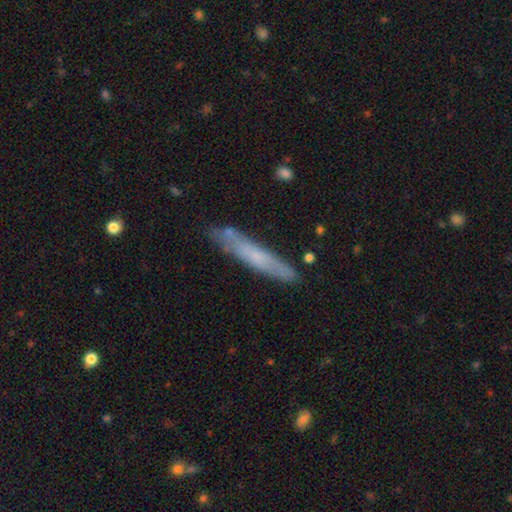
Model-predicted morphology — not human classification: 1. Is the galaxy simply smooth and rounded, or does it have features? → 56% smooth, 38% featured or disk, 6% star or artifact.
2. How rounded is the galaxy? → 92% cigar-shaped, 6% in between, 1% round.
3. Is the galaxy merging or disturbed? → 77% none, 17% minor disturbance, 3% merger, 3% major disturbance.